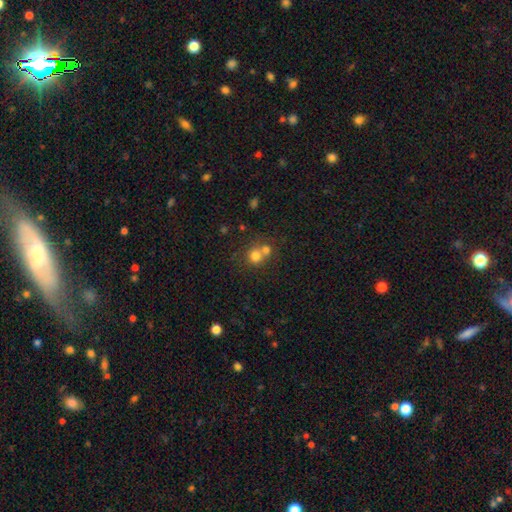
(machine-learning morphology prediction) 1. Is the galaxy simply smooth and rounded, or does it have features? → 75% smooth, 13% star or artifact, 13% featured or disk.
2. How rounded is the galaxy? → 83% round, 16% in between, 1% cigar-shaped.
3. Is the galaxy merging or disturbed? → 54% merger, 37% none, 6% minor disturbance, 3% major disturbance.